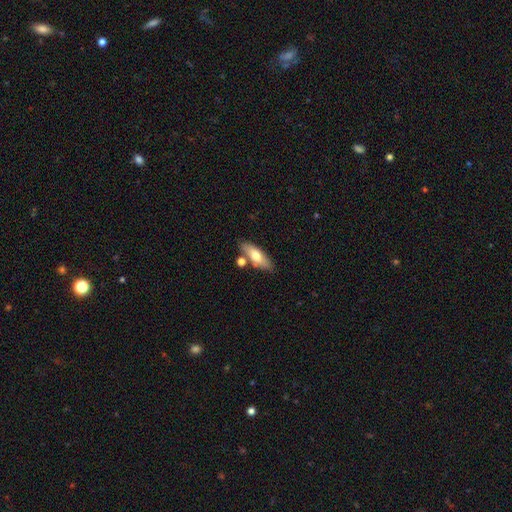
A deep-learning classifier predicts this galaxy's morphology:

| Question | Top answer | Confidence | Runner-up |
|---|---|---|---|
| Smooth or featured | smooth | 69% | featured or disk (25%) |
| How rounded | in between | 66% | cigar-shaped (31%) |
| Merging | none | 72% | minor disturbance (13%) |